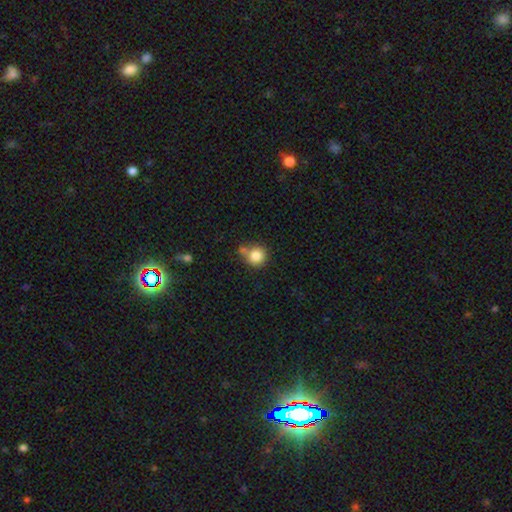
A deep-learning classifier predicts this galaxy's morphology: A smooth galaxy with no disk features (83%) that is round (90%). Merging: none (57%).